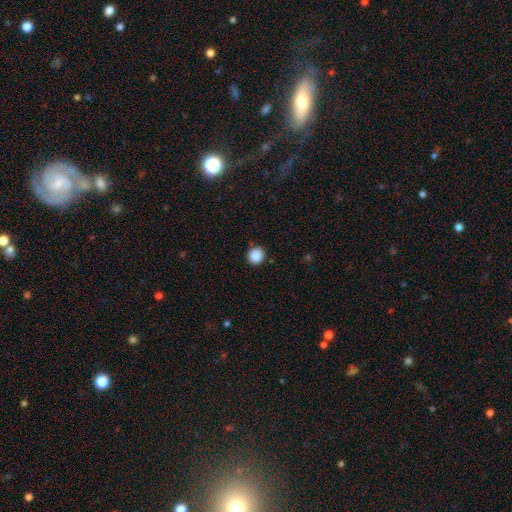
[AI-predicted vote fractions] smooth-or-featured: smooth: 88% | star or artifact: 9% | featured or disk: 3%
  how-rounded: round: 92% | in between: 7% | cigar-shaped: 1%
  merging: none: 90% | minor disturbance: 7% | major disturbance: 2% | merger: 2%